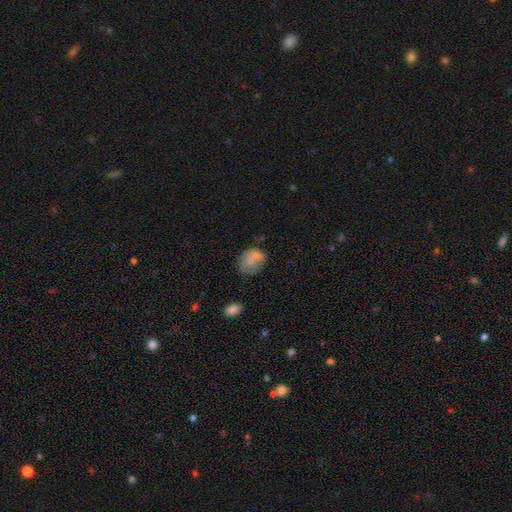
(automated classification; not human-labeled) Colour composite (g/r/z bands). It shows a smooth galaxy with no disk features (62%) that is in between round and cigar-shaped (54%). Merging: none (59%).